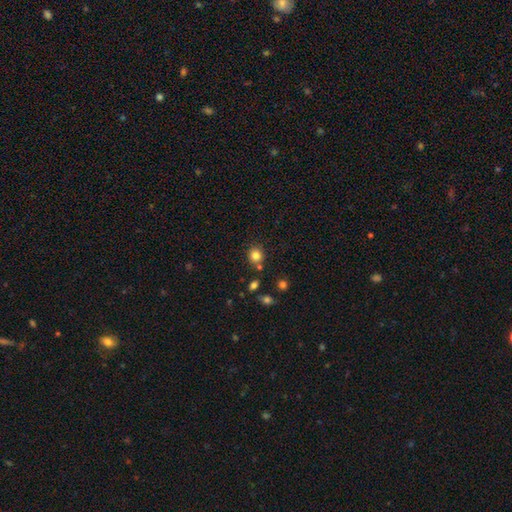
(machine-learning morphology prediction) smooth 83%, star or artifact 12%, featured or disk 6%. Down the decision tree: how rounded — round (84%); merging — none (77%).